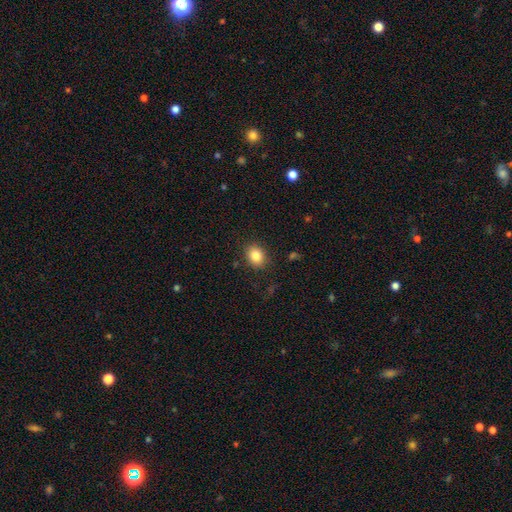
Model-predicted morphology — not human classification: smooth_or_featured: smooth (p=0.84) [alt: star or artifact p=0.10]
how_rounded: in between (p=0.53) [alt: round p=0.46]
merging: none (p=0.86) [alt: minor disturbance p=0.10]